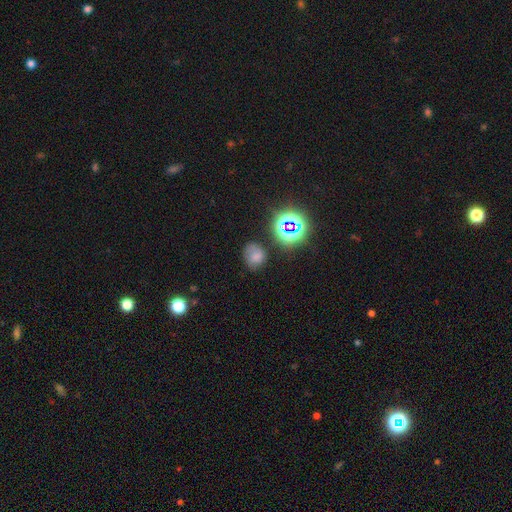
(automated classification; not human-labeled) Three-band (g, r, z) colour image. It shows a smooth galaxy with no disk features (63%) that is round (59%). Merging: none (60%).